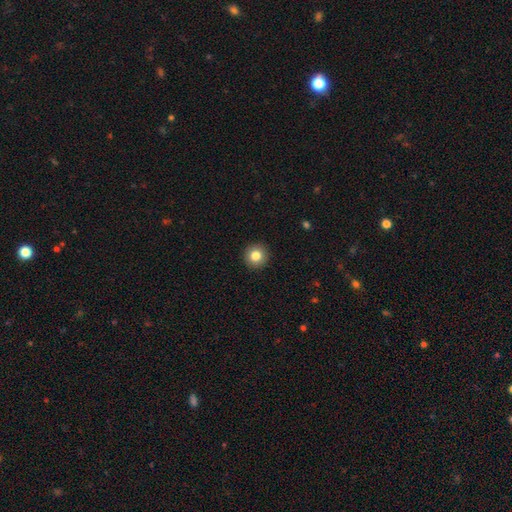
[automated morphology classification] The model was most divided on "smooth or featured": smooth: 82%, star or artifact: 10%, featured or disk: 8%. More confident: how rounded — round (95%); merging — none (93%).